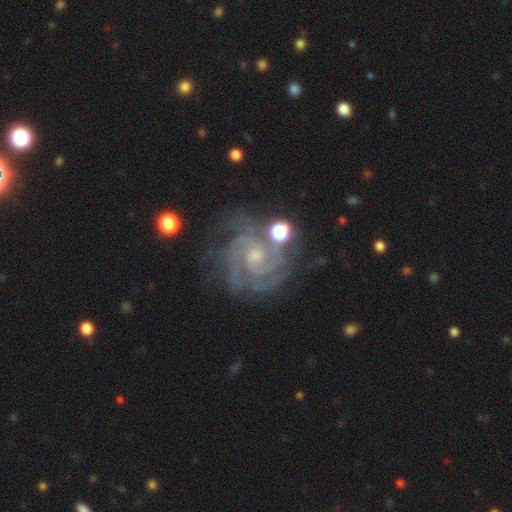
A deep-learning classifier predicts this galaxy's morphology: Overall: featured or disk (91%). Edge-on disk: no (98%). Bar: no (59%; weak 33%). Spiral arms: yes (98%). Spiral arm count: 3 (34%; 2 28%). Spiral winding: tight (72%). Bulge size: small (61%; moderate 31%). Merging: none (68%).